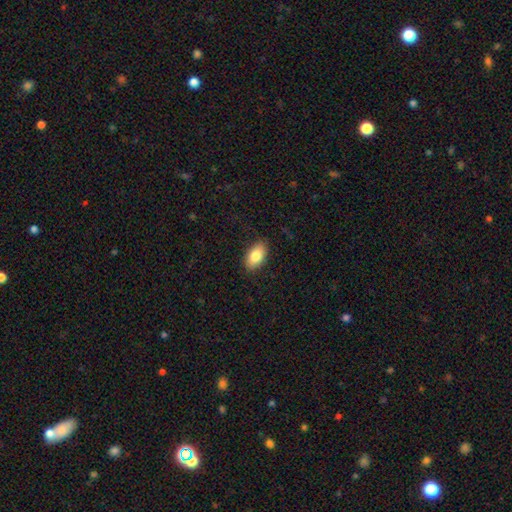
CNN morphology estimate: Smooth or featured?
  - smooth: 83% *
  - featured or disk: 10%
  - star or artifact: 7%
How rounded?
  - in between: 93% *
  - round: 5%
  - cigar-shaped: 2%
Merging?
  - none: 87% *
  - minor disturbance: 10%
  - major disturbance: 2%
  - merger: 1%